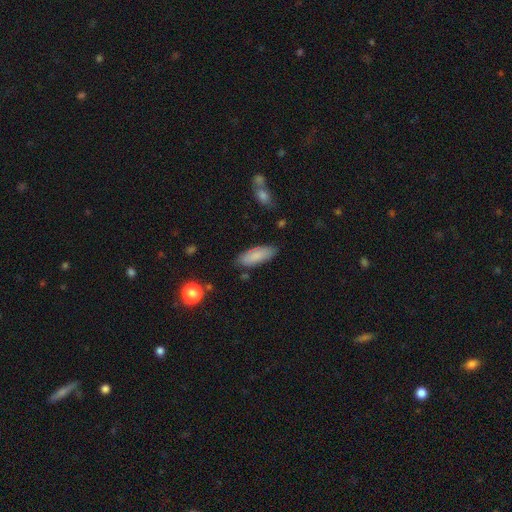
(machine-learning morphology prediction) smooth-or-featured: smooth: 83% | featured or disk: 10% | star or artifact: 6%
  how-rounded: in between: 71% | cigar-shaped: 27% | round: 2%
  merging: none: 81% | minor disturbance: 14% | major disturbance: 3% | merger: 2%